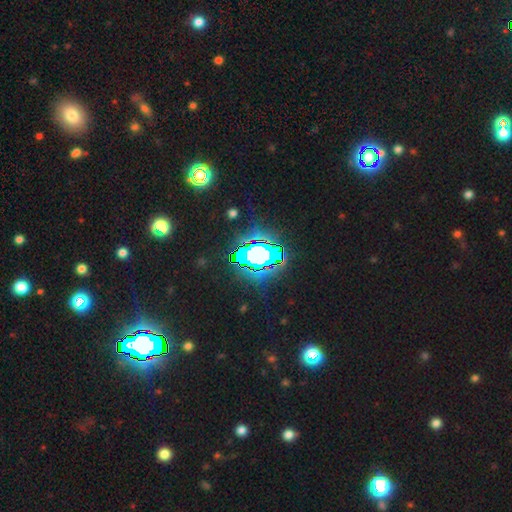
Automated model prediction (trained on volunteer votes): Smooth or featured? star or artifact (61%)